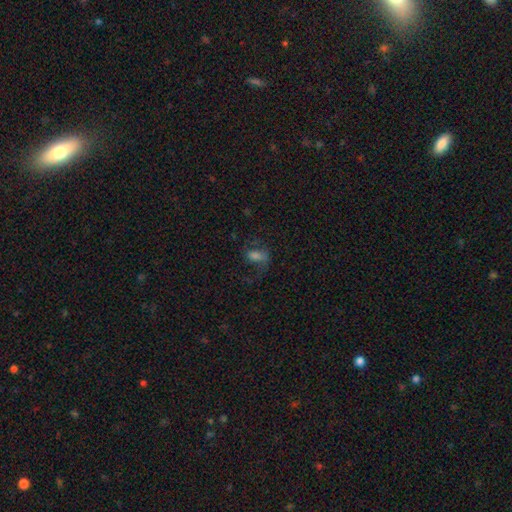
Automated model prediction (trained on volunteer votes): smooth_or_featured: smooth (p=0.46) [alt: featured or disk p=0.36]
merging: none (p=0.56) [alt: major disturbance p=0.24]